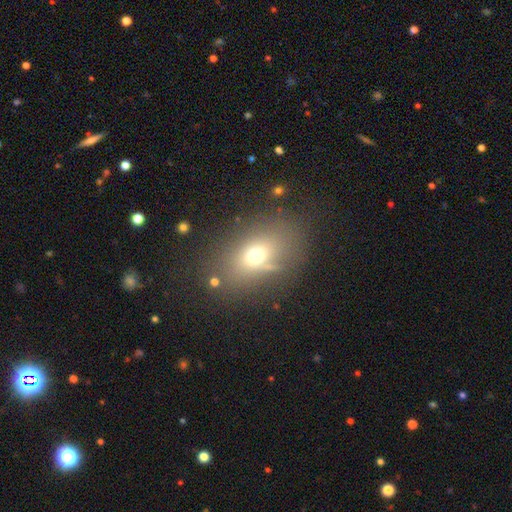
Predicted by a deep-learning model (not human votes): This appears to be a smooth galaxy with no disk features (63%) that is in between round and cigar-shaped (70%). Merging: none (68%).